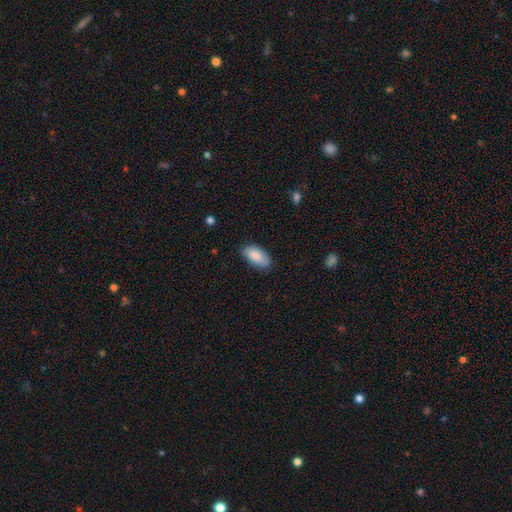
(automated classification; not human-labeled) A smooth galaxy with no disk features (86%) that is in between round and cigar-shaped (92%). Merging: none (79%).